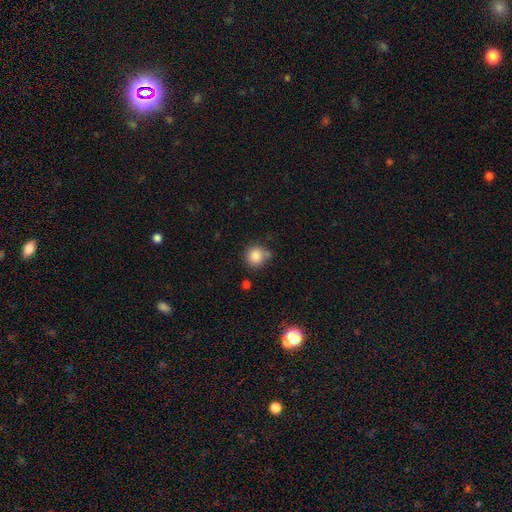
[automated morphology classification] Overall: smooth (85%). How rounded: round (90%). Merging: none (71%).